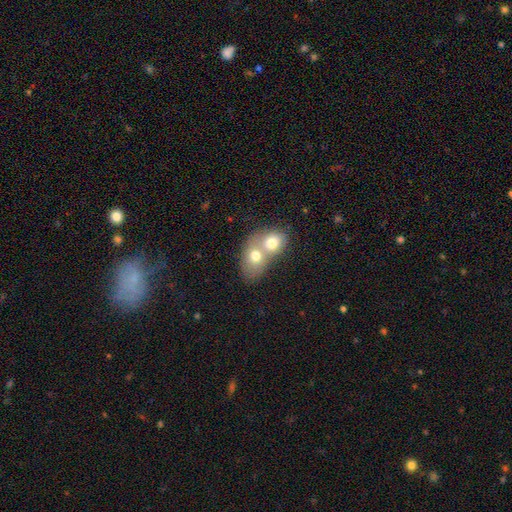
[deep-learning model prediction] A smooth galaxy with no disk features (70%) that is in between round and cigar-shaped (64%).

Vote fractions:
- Smooth or featured? smooth: 70% / featured or disk: 22% / star or artifact: 8%
- How rounded? in between: 64% / round: 35% / cigar-shaped: 2%
- Merging? merger: 73% / none: 19% / minor disturbance: 5% / major disturbance: 3%